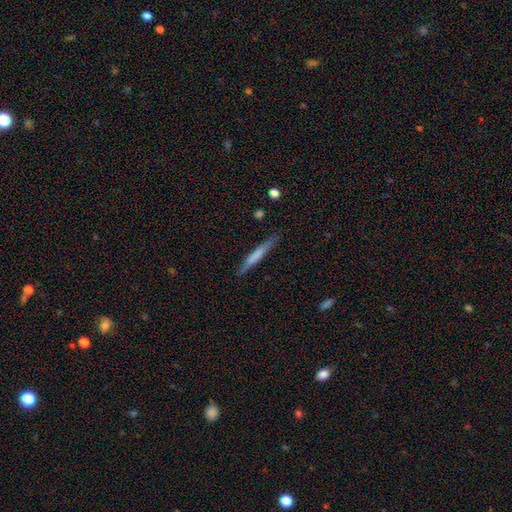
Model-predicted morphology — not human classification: Smooth or featured? Predicted: smooth (p=0.59). How rounded? Predicted: cigar-shaped (p=0.95). Merging? Predicted: none (p=0.83).